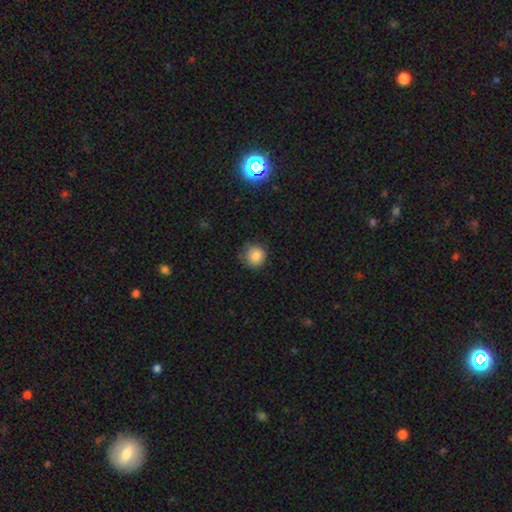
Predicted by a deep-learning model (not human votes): A smooth galaxy with no disk features (83%) that is round (90%). Merging: none (76%).